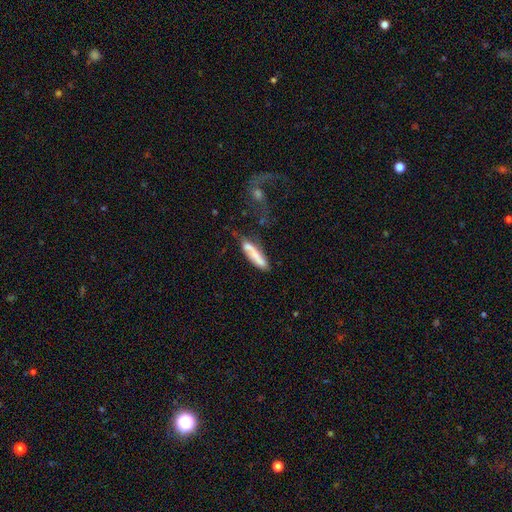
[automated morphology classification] Smooth or featured? Predicted: smooth (p=0.63). How rounded? Predicted: cigar-shaped (p=0.72). Merging? Predicted: none (p=0.44).